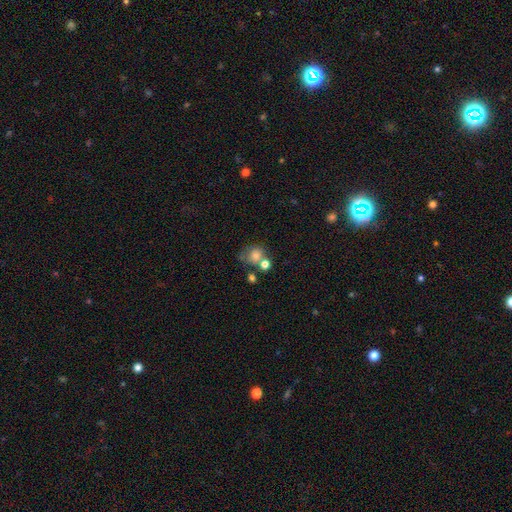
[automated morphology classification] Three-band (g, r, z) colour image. It shows a smooth galaxy with no disk features (72%) that is round (68%). Merging: none (39%).